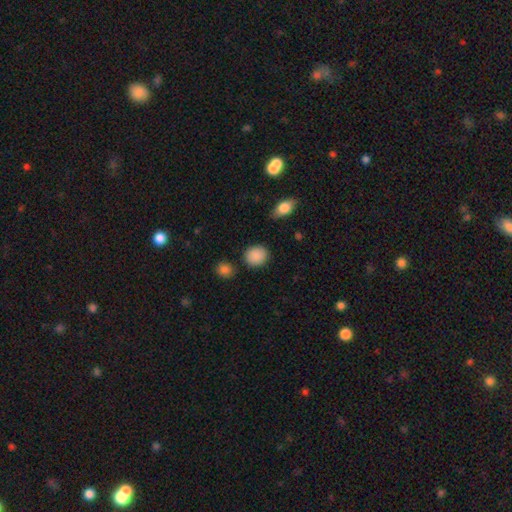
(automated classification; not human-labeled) A smooth galaxy with no disk features (89%) that is round (76%).

Vote fractions:
- Smooth or featured? smooth: 89% / star or artifact: 7% / featured or disk: 3%
- How rounded? round: 76% / in between: 23% / cigar-shaped: 1%
- Merging? none: 85% / minor disturbance: 9% / merger: 3% / major disturbance: 3%